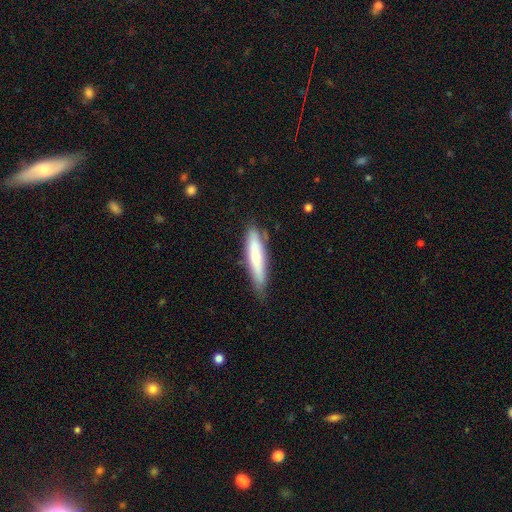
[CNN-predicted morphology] A smooth galaxy with no disk features (65%) that is cigar-shaped (83%).

Vote fractions:
- Smooth or featured? smooth: 65% / featured or disk: 29% / star or artifact: 6%
- How rounded? cigar-shaped: 83% / in between: 16% / round: 1%
- Merging? none: 74% / minor disturbance: 20% / major disturbance: 4% / merger: 2%